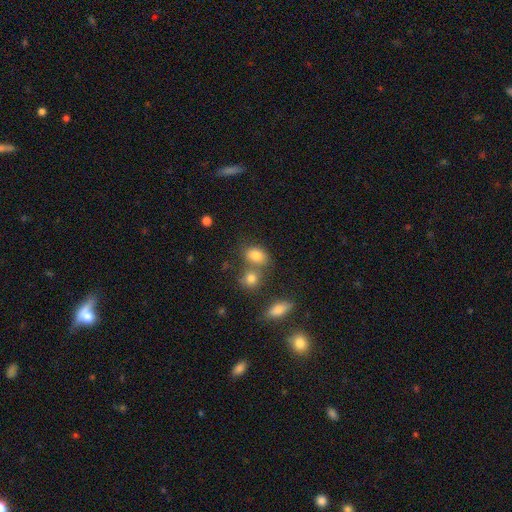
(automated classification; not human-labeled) This is likely a smooth galaxy (79%). How rounded: likely in between (73%). Merging: possibly none (53%).